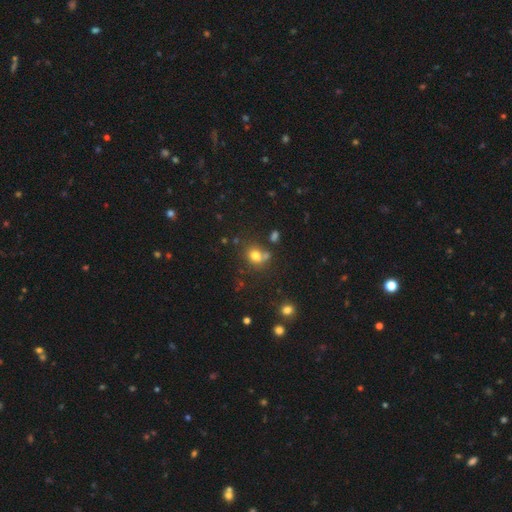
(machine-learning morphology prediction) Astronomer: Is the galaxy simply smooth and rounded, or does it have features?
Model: smooth — 74%.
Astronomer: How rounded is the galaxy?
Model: round — 65%.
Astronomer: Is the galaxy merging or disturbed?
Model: none — 55%.